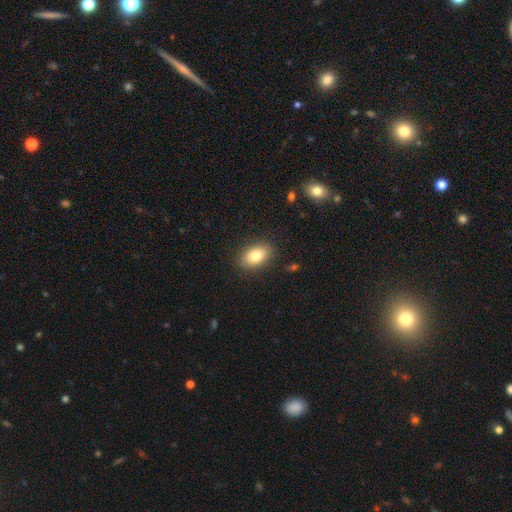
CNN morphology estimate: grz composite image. It shows a smooth galaxy with no disk features (81%) that is in between round and cigar-shaped (87%). Merging: none (87%).